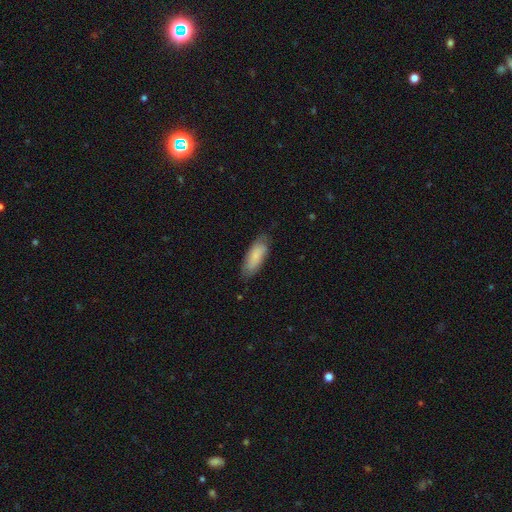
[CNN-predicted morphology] A smooth galaxy with no disk features (80%) that is in between round and cigar-shaped (72%).

Vote fractions:
- Smooth or featured? smooth: 80% / featured or disk: 14% / star or artifact: 6%
- How rounded? in between: 72% / cigar-shaped: 26% / round: 2%
- Merging? none: 75% / minor disturbance: 20% / major disturbance: 4% / merger: 1%